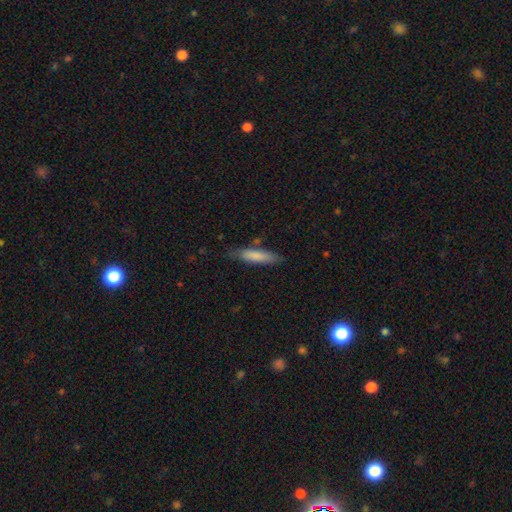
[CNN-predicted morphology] Smooth or featured? smooth (79%)
How rounded? cigar-shaped (76%)
Merging? none (76%)